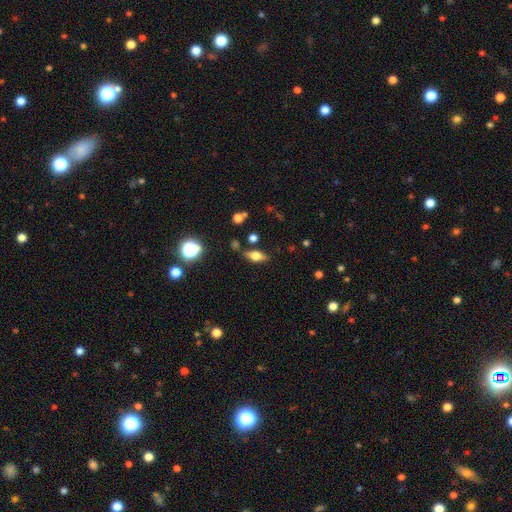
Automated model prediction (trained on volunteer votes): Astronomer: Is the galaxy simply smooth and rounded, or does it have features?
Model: smooth — 52% (runner-up: featured or disk, 36%).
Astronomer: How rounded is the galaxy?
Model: in between — 71%.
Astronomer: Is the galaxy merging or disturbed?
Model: none — 76%.